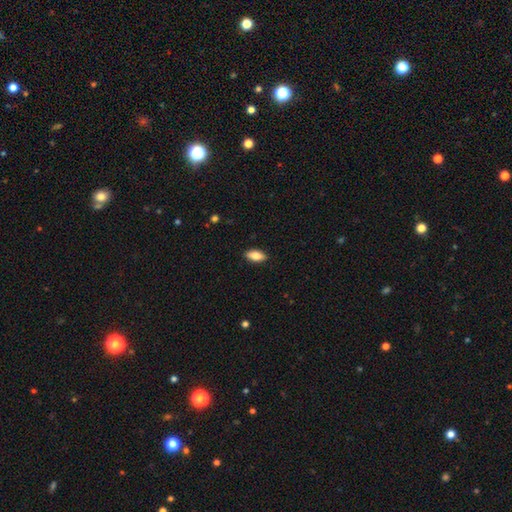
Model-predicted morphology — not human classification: Smooth or featured? Predicted: smooth (p=0.79). How rounded? Predicted: in between (p=0.84). Merging? Predicted: none (p=0.89).